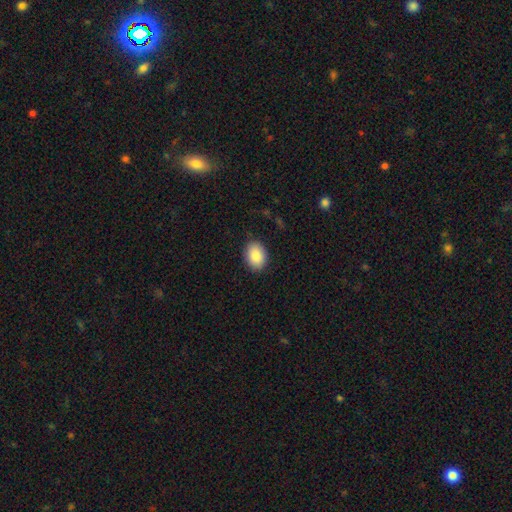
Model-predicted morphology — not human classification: smooth_or_featured: smooth (p=0.88) [alt: star or artifact p=0.07]
how_rounded: in between (p=0.78) [alt: round p=0.21]
merging: none (p=0.88) [alt: minor disturbance p=0.09]